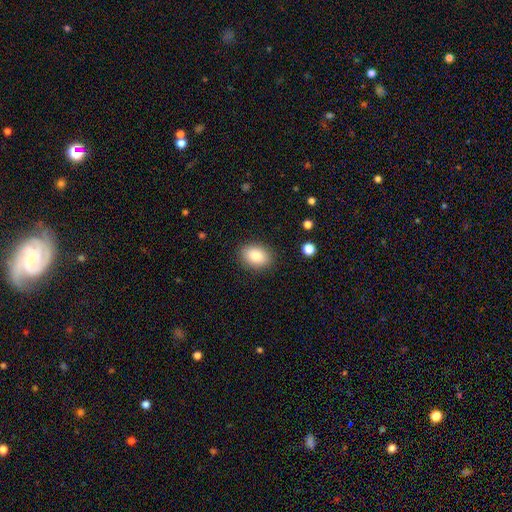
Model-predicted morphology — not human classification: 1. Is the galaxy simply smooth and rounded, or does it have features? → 85% smooth, 8% star or artifact, 7% featured or disk.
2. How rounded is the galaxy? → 76% in between, 23% round, 1% cigar-shaped.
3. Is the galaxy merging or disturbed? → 87% none, 9% minor disturbance, 3% major disturbance, 1% merger.